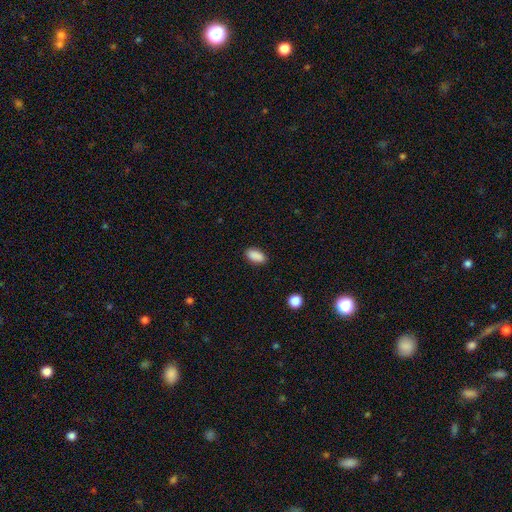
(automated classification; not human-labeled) smooth 90%, star or artifact 8%, featured or disk 3%. Down the decision tree: how rounded — in between (92%); merging — none (89%).